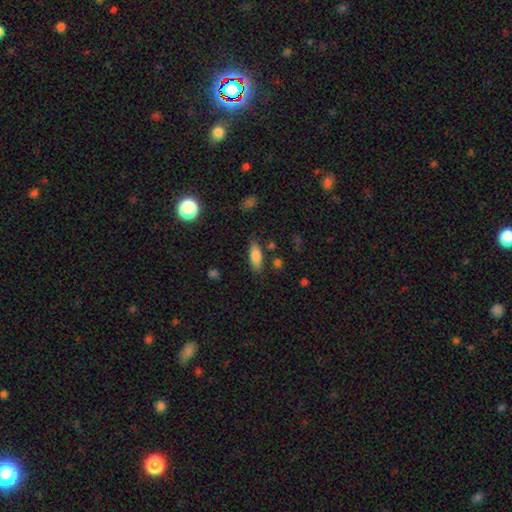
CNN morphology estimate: smooth_or_featured: smooth (p=0.79) [alt: featured or disk p=0.13]
how_rounded: in between (p=0.68) [alt: cigar-shaped p=0.29]
merging: none (p=0.78) [alt: minor disturbance p=0.15]